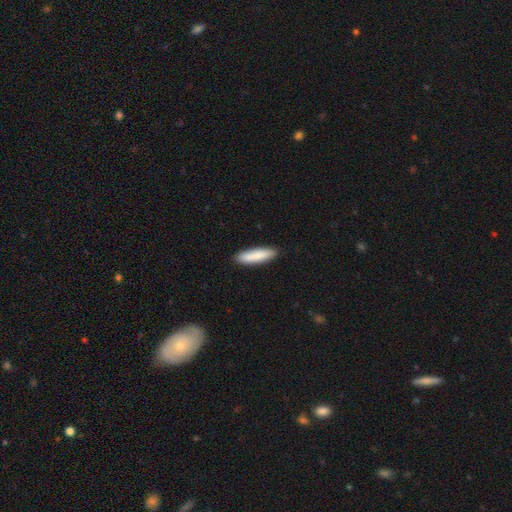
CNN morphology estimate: type=smooth (84%); roundness=cigar-shaped (76%); merging=none (88%).